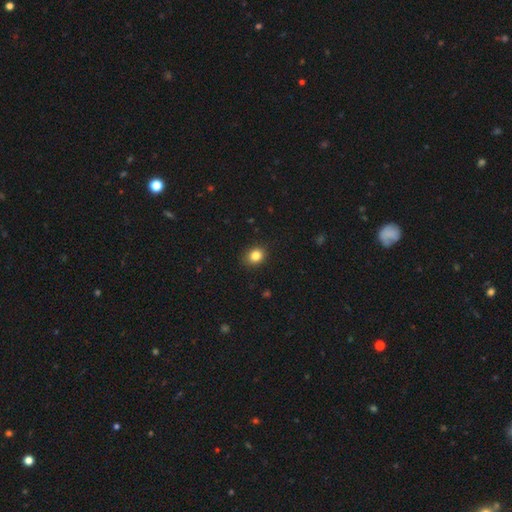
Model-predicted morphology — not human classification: A smooth galaxy with no disk features (84%) that is round (60%). Merging: none (87%).